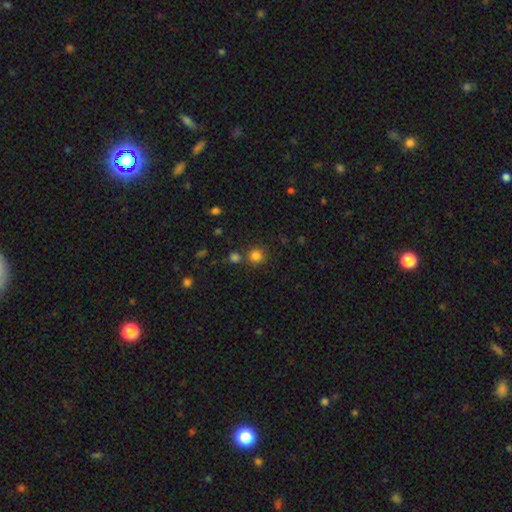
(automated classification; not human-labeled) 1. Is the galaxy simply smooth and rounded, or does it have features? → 81% smooth, 14% star or artifact, 5% featured or disk.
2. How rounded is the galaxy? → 91% round, 8% in between, 1% cigar-shaped.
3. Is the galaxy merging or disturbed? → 74% none, 15% merger, 8% minor disturbance, 3% major disturbance.